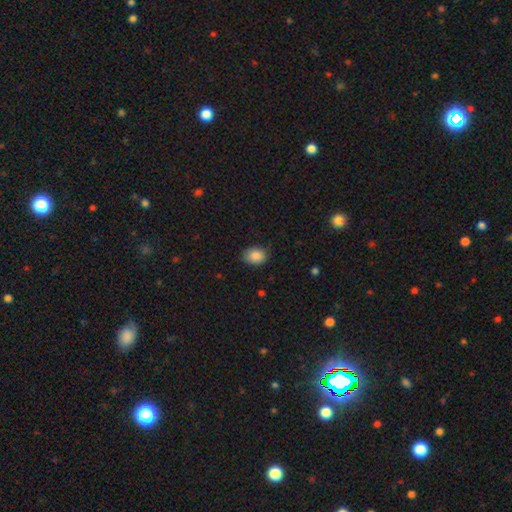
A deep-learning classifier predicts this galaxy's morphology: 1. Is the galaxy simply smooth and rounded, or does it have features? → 87% smooth, 8% star or artifact, 5% featured or disk.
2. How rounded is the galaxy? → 65% in between, 34% round, 1% cigar-shaped.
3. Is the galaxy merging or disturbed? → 81% none, 15% minor disturbance, 3% major disturbance, 1% merger.